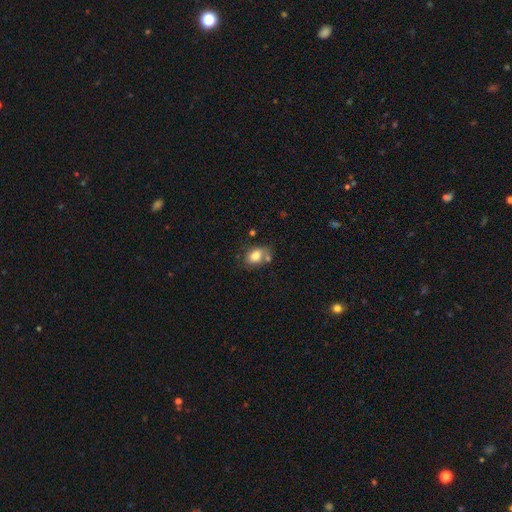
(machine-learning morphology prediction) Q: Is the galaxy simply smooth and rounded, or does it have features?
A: smooth — 77%.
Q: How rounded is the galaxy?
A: in between — 70%.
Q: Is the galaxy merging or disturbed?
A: none — 48%.